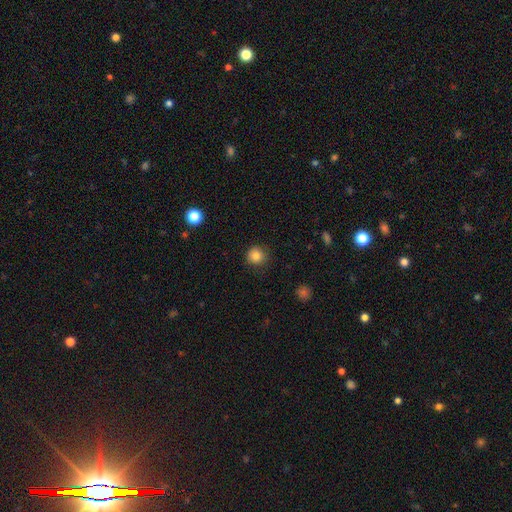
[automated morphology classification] A smooth galaxy with no disk features (84%) that is round (93%). Merging: none (87%).